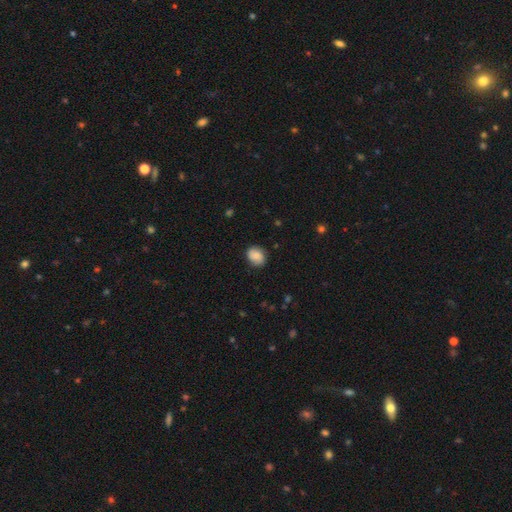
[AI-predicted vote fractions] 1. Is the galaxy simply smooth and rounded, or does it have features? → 81% smooth, 11% featured or disk, 8% star or artifact.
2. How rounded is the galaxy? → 50% in between, 49% round, 1% cigar-shaped.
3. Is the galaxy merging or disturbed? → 82% none, 14% minor disturbance, 3% major disturbance, 1% merger.